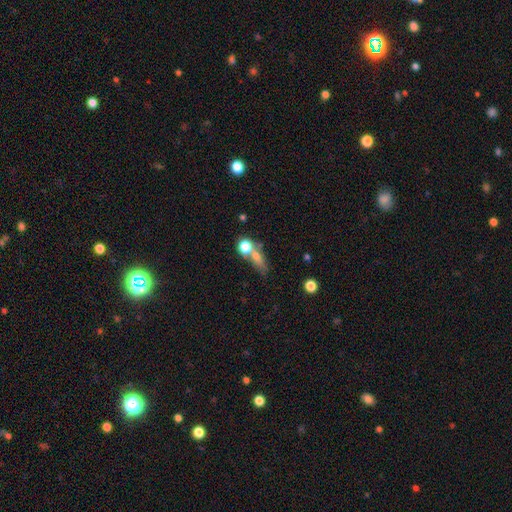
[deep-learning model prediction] This appears to be a smooth galaxy with no disk features (61%) that is in between round and cigar-shaped (40%). Merging: none (41%).